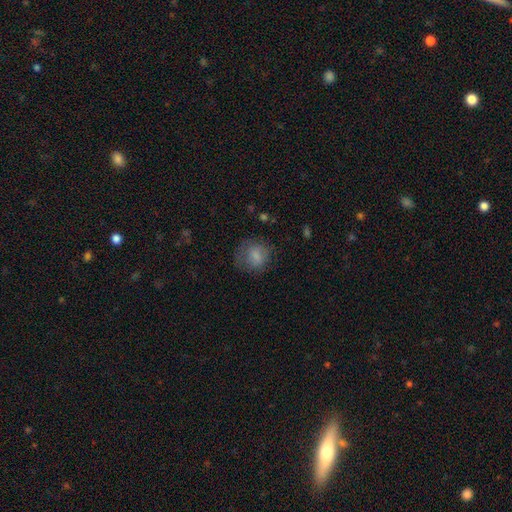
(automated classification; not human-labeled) Smooth or featured? Predicted: smooth (p=0.76). How rounded? Predicted: round (p=0.71). Merging? Predicted: none (p=0.62).